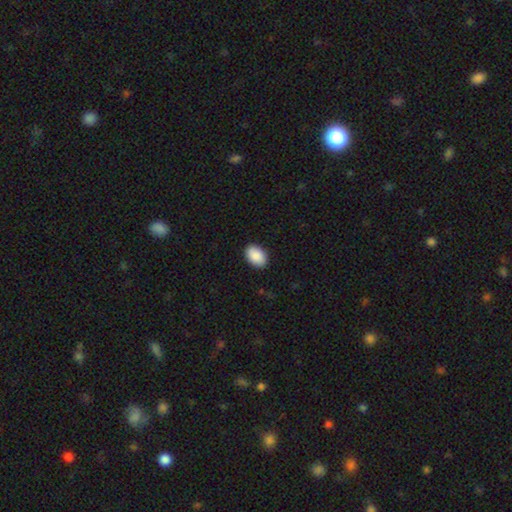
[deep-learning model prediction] The model was most divided on "how rounded": in between: 87%, round: 12%, cigar-shaped: 1%. More confident: smooth or featured — smooth (91%); merging — none (90%).